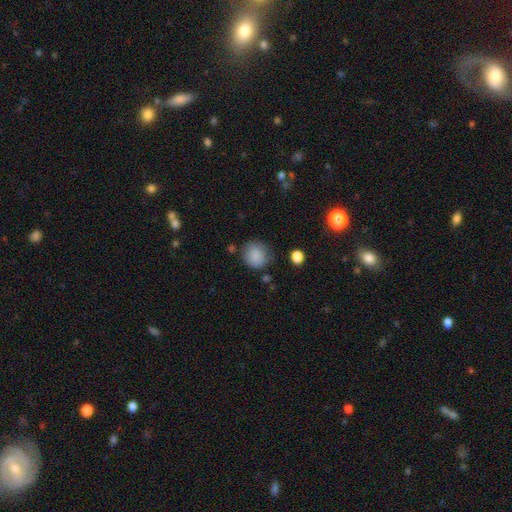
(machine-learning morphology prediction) Smooth or featured? Predicted: smooth (p=0.85). How rounded? Predicted: round (p=0.83). Merging? Predicted: none (p=0.71).